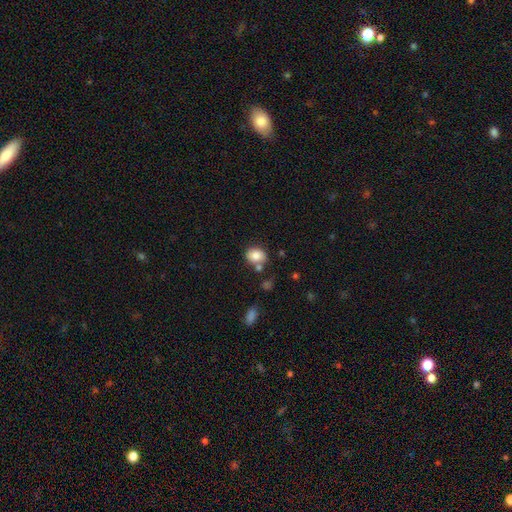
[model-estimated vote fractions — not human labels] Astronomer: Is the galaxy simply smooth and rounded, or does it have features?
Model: smooth — 80%.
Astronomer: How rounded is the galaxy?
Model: round — 54% (runner-up: in between, 45%).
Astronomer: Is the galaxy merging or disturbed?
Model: none — 67%.